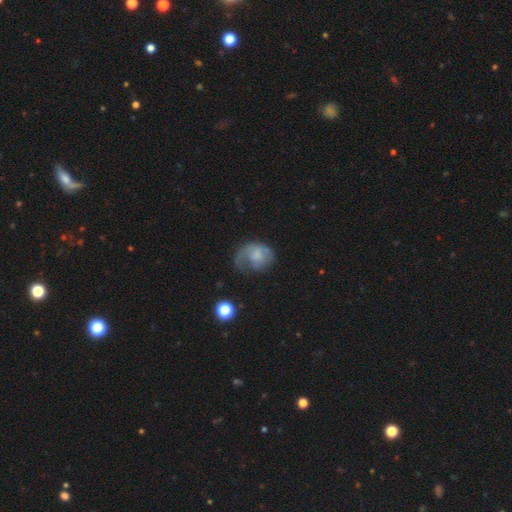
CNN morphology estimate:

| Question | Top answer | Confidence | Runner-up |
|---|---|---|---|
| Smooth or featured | featured or disk | 48% | smooth (43%) |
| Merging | major disturbance | 38% | none (33%) |